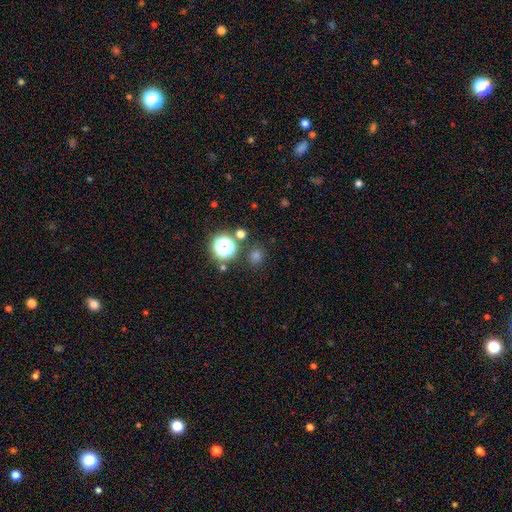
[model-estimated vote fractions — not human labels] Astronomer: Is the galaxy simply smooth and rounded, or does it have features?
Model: smooth — 63%.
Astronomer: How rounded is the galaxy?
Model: round — 86%.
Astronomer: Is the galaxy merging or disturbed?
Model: none — 83%.